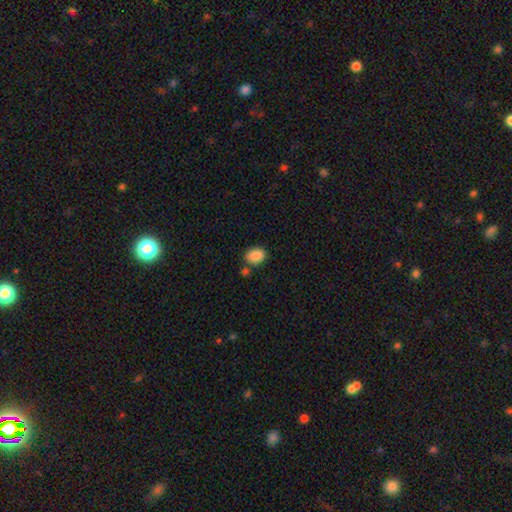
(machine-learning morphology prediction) This is clearly a smooth galaxy (89%). How rounded: likely in between (69%). Merging: likely none (74%).